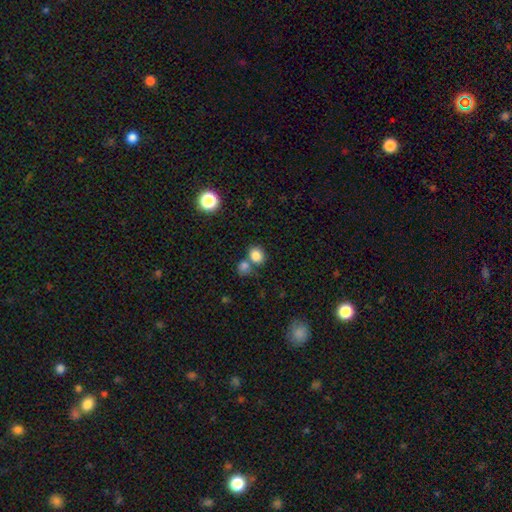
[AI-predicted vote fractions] Smooth or featured? Predicted: smooth (p=0.82). How rounded? Predicted: round (p=0.64). Merging? Predicted: none (p=0.55).